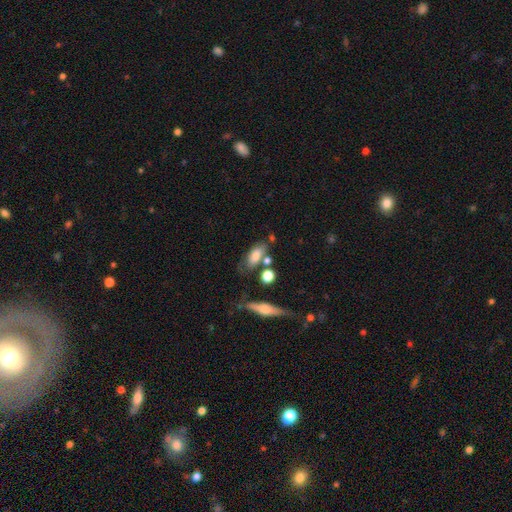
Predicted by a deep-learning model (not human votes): Smooth or featured: smooth — 71% (featured or disk — 21%)
How rounded: in between — 80% (cigar-shaped — 15%)
Merging: none — 53% (minor disturbance — 22%)